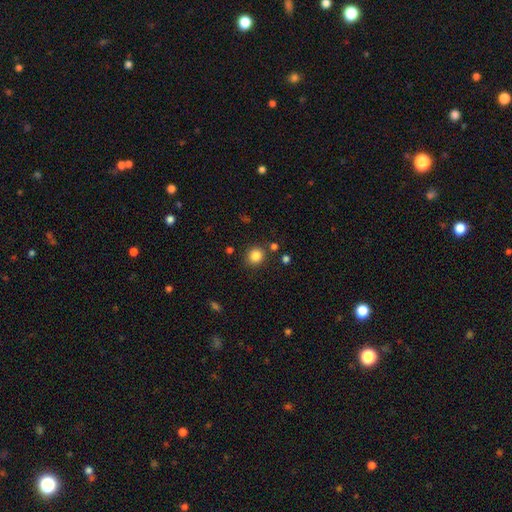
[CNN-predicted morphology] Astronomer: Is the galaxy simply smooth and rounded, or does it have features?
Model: smooth — 85%.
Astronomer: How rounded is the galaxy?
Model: round — 86%.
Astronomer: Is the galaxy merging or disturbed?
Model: none — 85%.